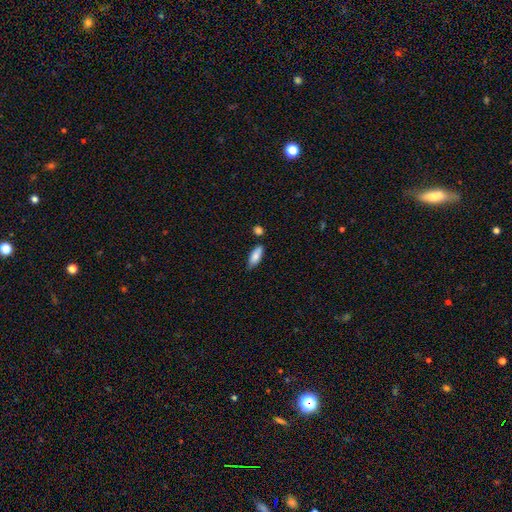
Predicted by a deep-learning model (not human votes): The model was most divided on "how rounded": in between: 73%, cigar-shaped: 24%, round: 2%. More confident: smooth or featured — smooth (82%); merging — none (70%).